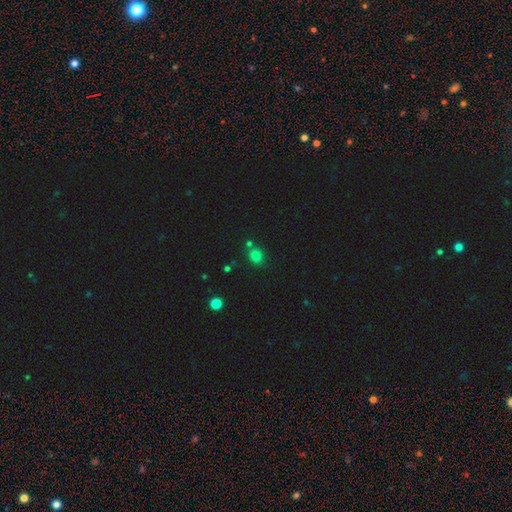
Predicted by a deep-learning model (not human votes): Smooth or featured: smooth — 76% (star or artifact — 18%)
How rounded: round — 68% (in between — 31%)
Merging: none — 70% (merger — 16%)